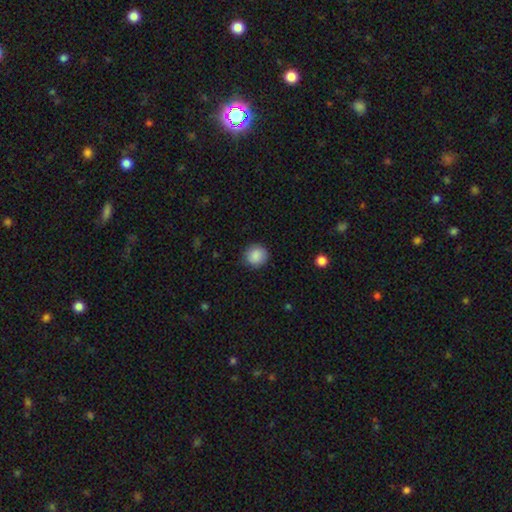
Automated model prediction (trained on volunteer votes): Smooth or featured?
  - smooth: 88% *
  - star or artifact: 8%
  - featured or disk: 4%
How rounded?
  - round: 89% *
  - in between: 10%
  - cigar-shaped: 1%
Merging?
  - none: 88% *
  - minor disturbance: 8%
  - major disturbance: 2%
  - merger: 1%